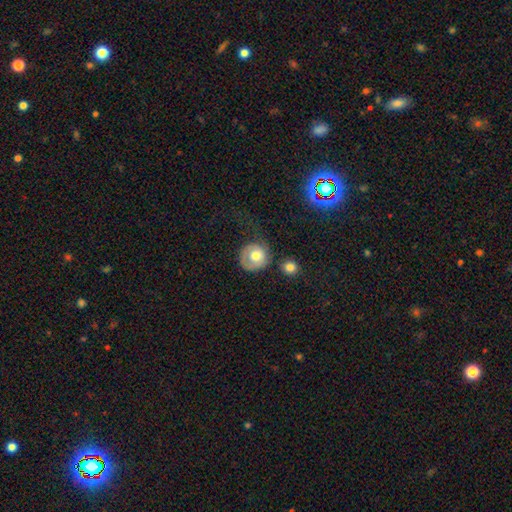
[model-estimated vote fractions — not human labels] Smooth or featured: smooth — 61% (featured or disk — 31%)
How rounded: round — 85% (in between — 14%)
Merging: none — 48% (minor disturbance — 25%)